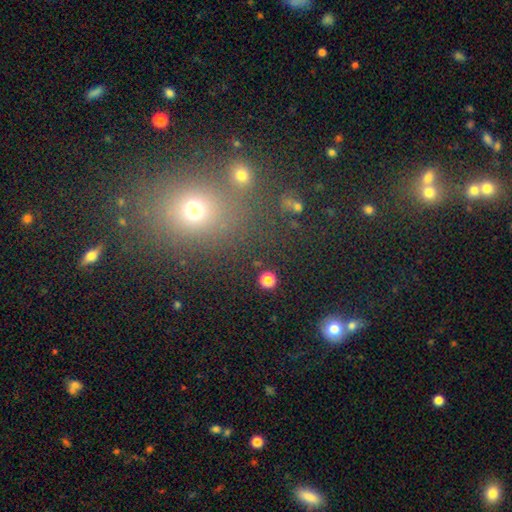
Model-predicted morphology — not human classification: Q: Smooth or featured?
A: smooth (54%); runner-up: star or artifact (36%)
Q: How rounded?
A: round (62%); runner-up: in between (36%)
Q: Merging?
A: none (80%); runner-up: minor disturbance (9%)